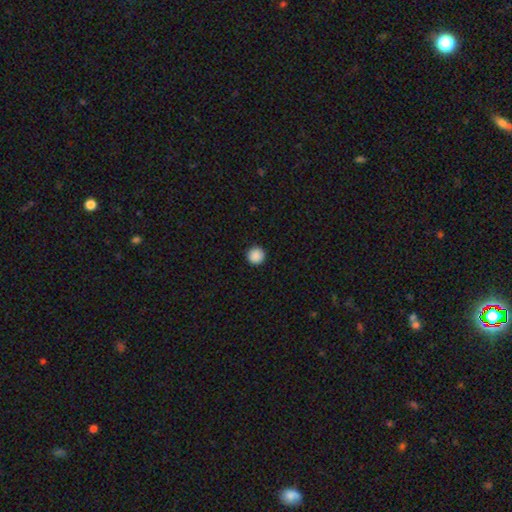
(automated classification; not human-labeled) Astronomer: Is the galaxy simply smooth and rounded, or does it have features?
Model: smooth — 89%.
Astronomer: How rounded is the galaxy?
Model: round — 96%.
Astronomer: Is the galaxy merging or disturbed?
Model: none — 94%.